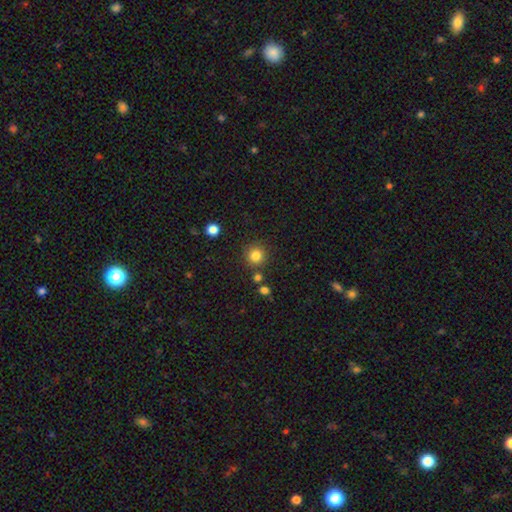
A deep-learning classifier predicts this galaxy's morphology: Smooth or featured?
  - smooth: 82% *
  - star or artifact: 12%
  - featured or disk: 6%
How rounded?
  - round: 93% *
  - in between: 6%
  - cigar-shaped: 1%
Merging?
  - none: 84% *
  - minor disturbance: 8%
  - merger: 5%
  - major disturbance: 3%